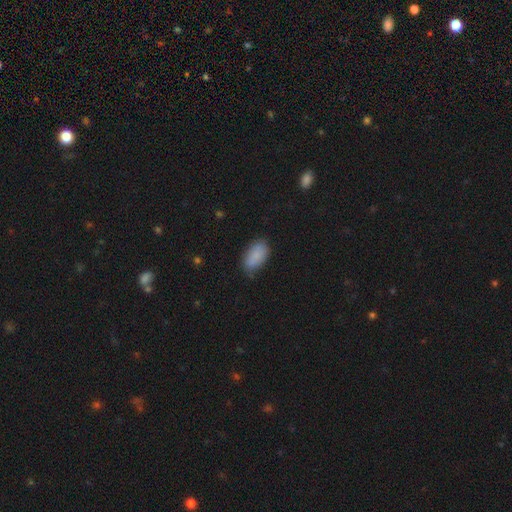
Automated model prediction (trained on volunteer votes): The model was most divided on "merging": none: 68%, minor disturbance: 25%, major disturbance: 5%, merger: 2%. More confident: how rounded — in between (93%); smooth or featured — smooth (86%).